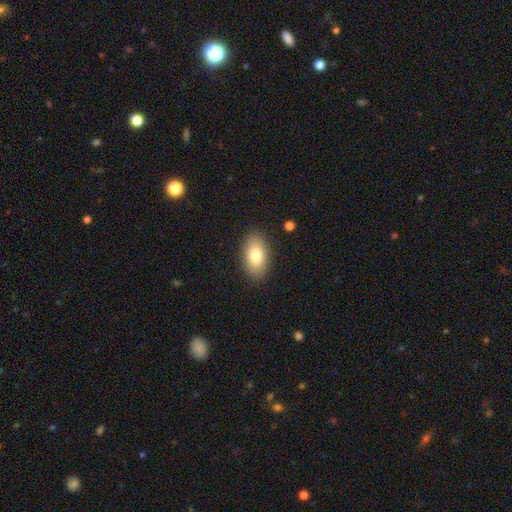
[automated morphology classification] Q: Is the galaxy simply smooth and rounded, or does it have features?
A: smooth — 78%.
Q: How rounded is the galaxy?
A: in between — 91%.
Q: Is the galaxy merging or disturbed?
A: none — 88%.